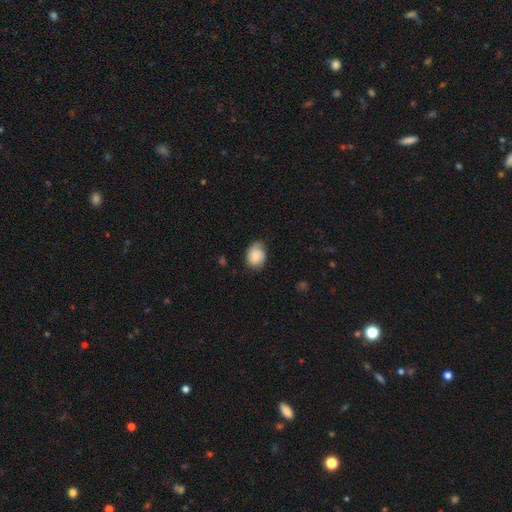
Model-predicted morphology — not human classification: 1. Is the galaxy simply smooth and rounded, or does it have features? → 69% smooth, 23% featured or disk, 8% star or artifact.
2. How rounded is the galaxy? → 61% in between, 39% round, 1% cigar-shaped.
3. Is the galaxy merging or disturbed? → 64% none, 28% minor disturbance, 7% major disturbance, 1% merger.